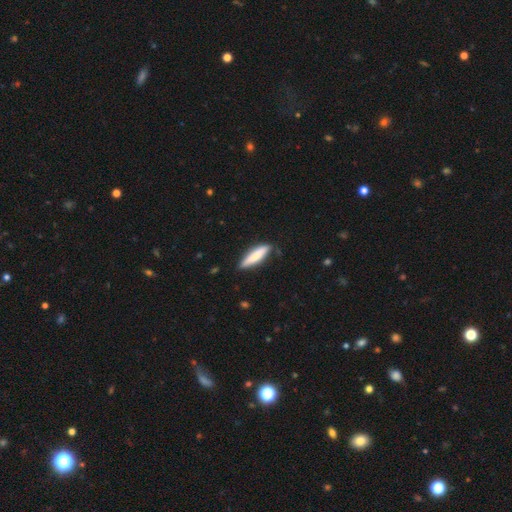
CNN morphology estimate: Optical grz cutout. It shows a smooth galaxy with no disk features (77%) that is cigar-shaped (74%). Merging: none (79%).